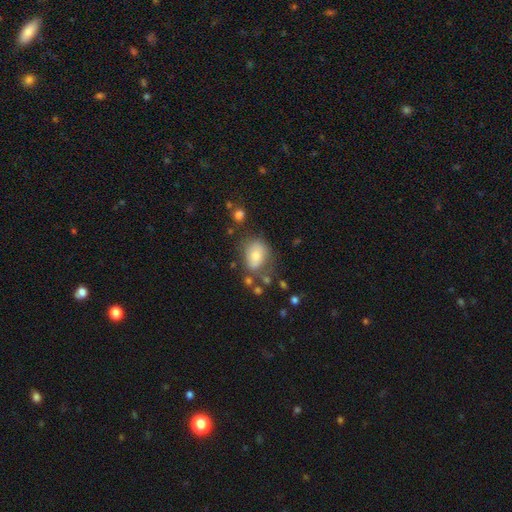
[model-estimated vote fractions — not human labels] Overall: smooth (71%). How rounded: in between (63%; round 36%). Merging: none (56%; minor disturbance 25%).